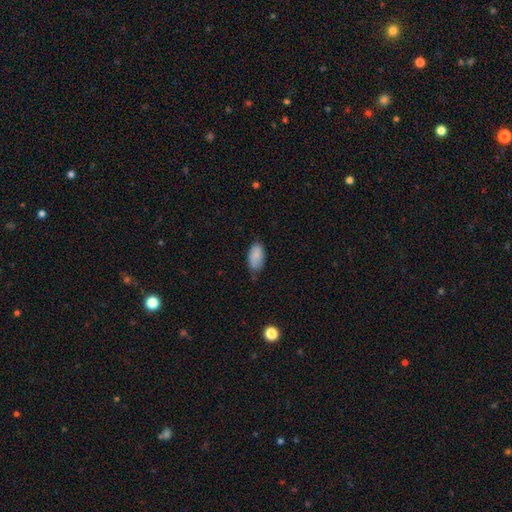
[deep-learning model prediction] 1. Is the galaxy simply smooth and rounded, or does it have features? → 87% smooth, 7% star or artifact, 7% featured or disk.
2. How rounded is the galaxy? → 94% in between, 3% cigar-shaped, 3% round.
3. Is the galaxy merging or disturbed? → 68% none, 27% minor disturbance, 4% major disturbance, 2% merger.